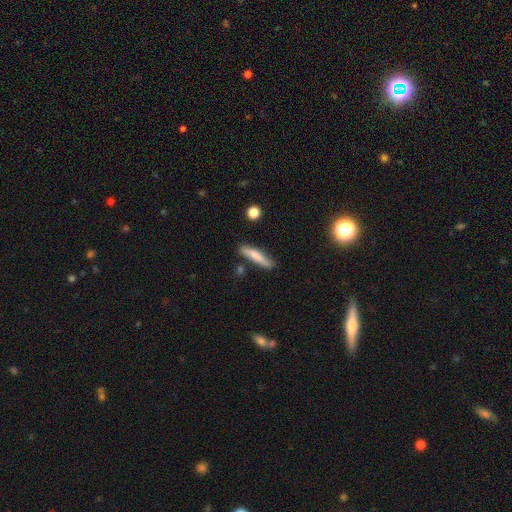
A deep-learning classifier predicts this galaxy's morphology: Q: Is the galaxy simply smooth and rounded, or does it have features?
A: smooth — 73%.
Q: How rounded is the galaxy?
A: cigar-shaped — 88%.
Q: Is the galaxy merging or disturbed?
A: none — 80%.